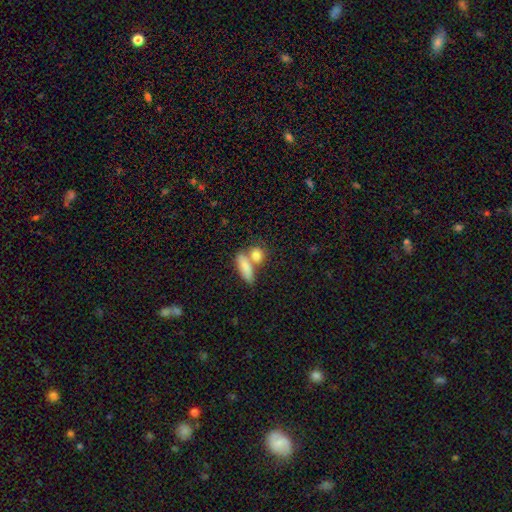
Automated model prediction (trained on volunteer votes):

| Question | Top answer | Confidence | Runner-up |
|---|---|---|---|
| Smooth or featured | smooth | 82% | featured or disk (10%) |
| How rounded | in between | 51% | round (32%) |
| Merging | none | 44% | merger (42%) |